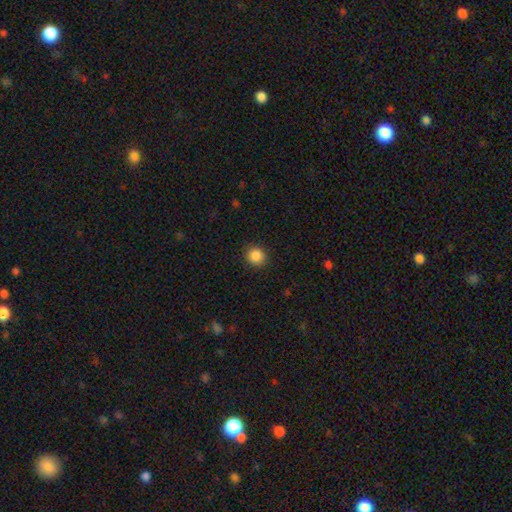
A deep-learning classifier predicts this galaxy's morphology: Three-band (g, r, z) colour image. It shows a smooth galaxy with no disk features (87%) that is round (87%). Merging: none (89%).